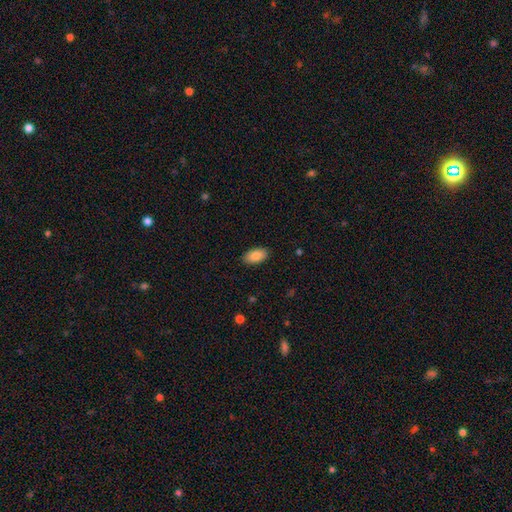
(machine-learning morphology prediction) smooth 86%, featured or disk 7%, star or artifact 7%. Down the decision tree: how rounded — in between (94%); merging — none (88%).